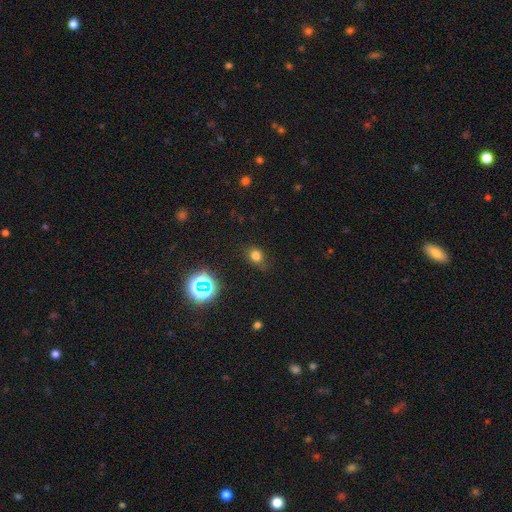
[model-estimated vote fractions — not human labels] smooth_or_featured: smooth (p=0.72) [alt: star or artifact p=0.22]
how_rounded: round (p=0.50) [alt: in between p=0.48]
merging: none (p=0.68) [alt: minor disturbance p=0.22]